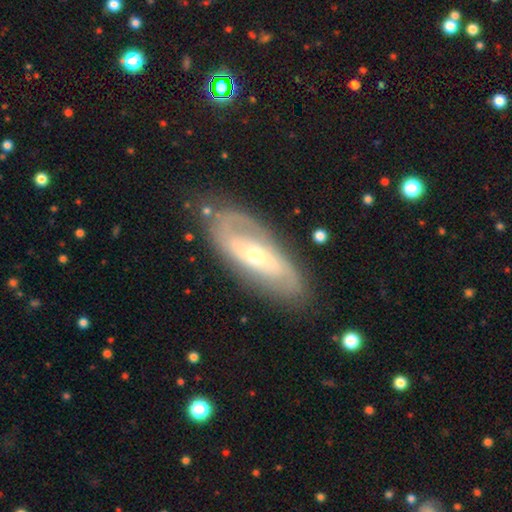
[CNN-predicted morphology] The model was most divided on "spiral winding": tight: 48%, medium: 35%, loose: 17%. More confident: edge-on disk — no (89%); smooth or featured — featured or disk (77%); spiral arms — yes (77%); merging — none (77%); spiral arm count — 2 (62%); bar — no (60%); bulge size — small (55%).